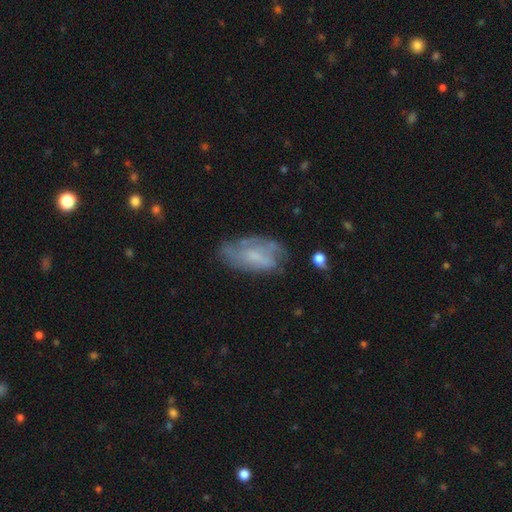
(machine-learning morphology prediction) type=featured or disk (51%); edge-on=no (93%); merging=none (56%).